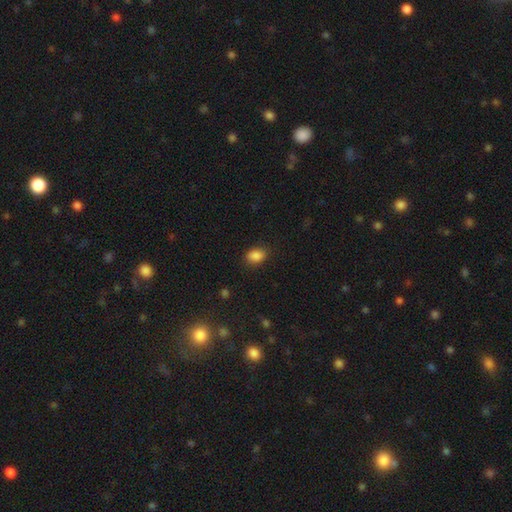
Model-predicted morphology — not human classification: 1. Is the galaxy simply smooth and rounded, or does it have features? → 87% smooth, 9% star or artifact, 4% featured or disk.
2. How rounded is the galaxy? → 76% in between, 23% round, 1% cigar-shaped.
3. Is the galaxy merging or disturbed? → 84% none, 12% minor disturbance, 3% major disturbance, 1% merger.